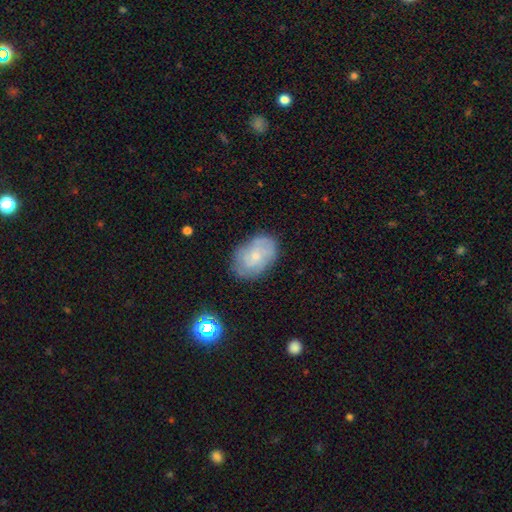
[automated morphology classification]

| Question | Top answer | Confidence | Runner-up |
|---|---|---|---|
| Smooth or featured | featured or disk | 51% | smooth (40%) |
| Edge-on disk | no | 96% | yes (4%) |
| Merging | none | 74% | minor disturbance (19%) |